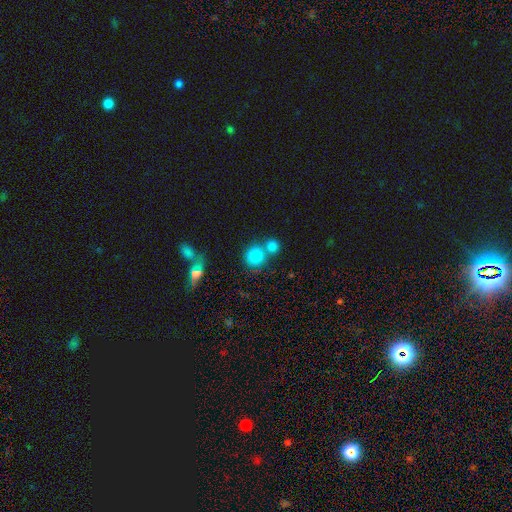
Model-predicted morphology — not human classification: type=smooth (84%); roundness=round (85%); merging=none (50%).